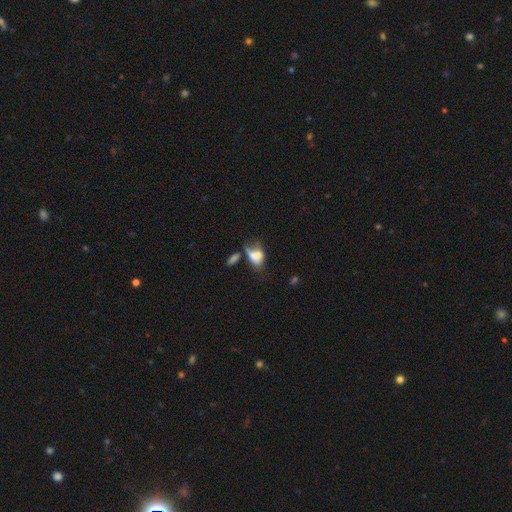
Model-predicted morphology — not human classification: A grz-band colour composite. It shows a smooth galaxy with no disk features (63%) that is in between round and cigar-shaped (79%). Merging: merger (35%).